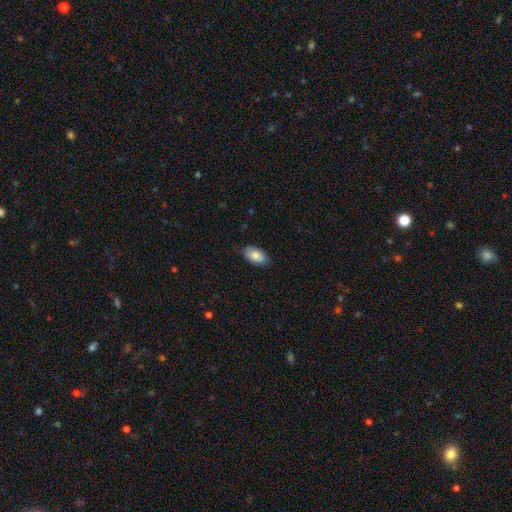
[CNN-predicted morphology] smooth_or_featured: smooth (p=0.85) [alt: featured or disk p=0.09]
how_rounded: in between (p=0.95) [alt: round p=0.03]
merging: none (p=0.86) [alt: minor disturbance p=0.11]